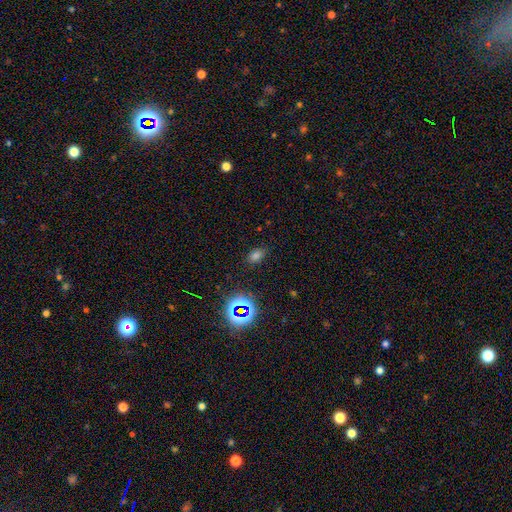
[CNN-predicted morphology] This is likely a smooth galaxy (63%). How rounded: clearly in between (81%). Merging: clearly none (84%).